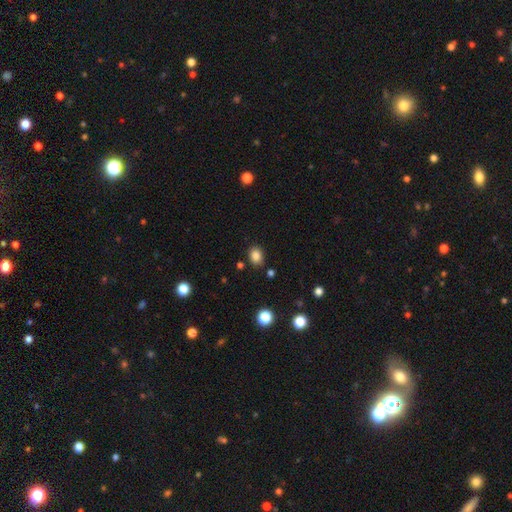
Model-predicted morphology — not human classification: This is clearly a smooth galaxy (85%). How rounded: possibly in between (60%). Merging: clearly none (84%).